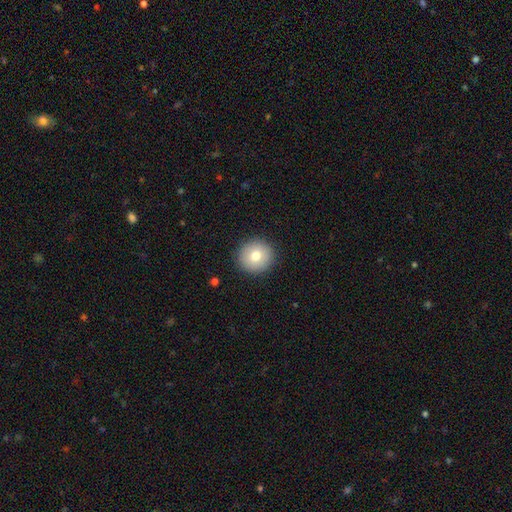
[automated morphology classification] smooth_or_featured: smooth (p=0.76) [alt: featured or disk p=0.14]
how_rounded: round (p=0.94) [alt: in between p=0.05]
merging: none (p=0.91) [alt: minor disturbance p=0.06]